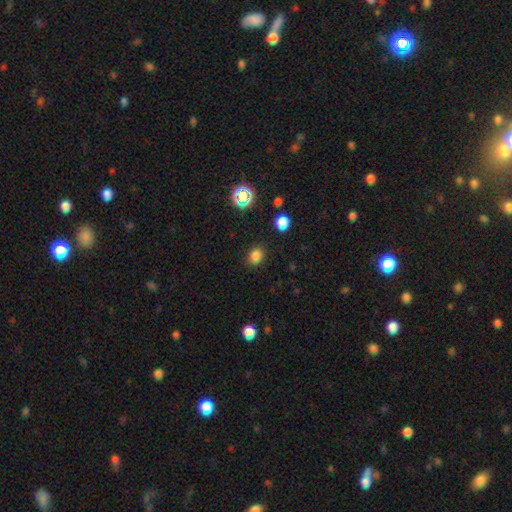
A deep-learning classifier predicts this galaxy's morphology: smooth_or_featured: smooth (p=0.80) [alt: star or artifact p=0.16]
how_rounded: round (p=0.53) [alt: in between p=0.46]
merging: none (p=0.87) [alt: minor disturbance p=0.09]